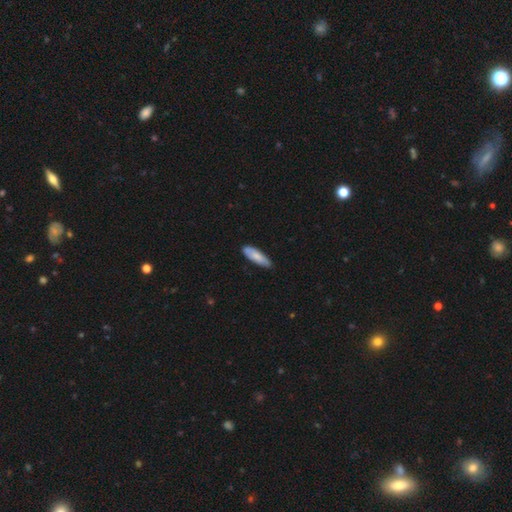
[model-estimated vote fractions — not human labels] Morphology: type=smooth (76%); roundness=in between (51%); merging=none (76%).